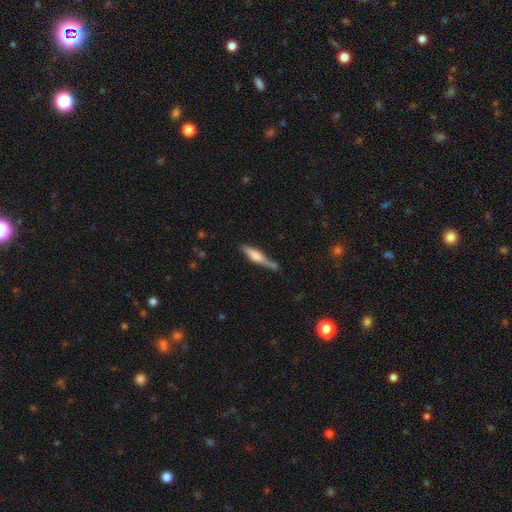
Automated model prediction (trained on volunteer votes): A featured or disk galaxy (47%, tied with smooth). Merging: none (59%).